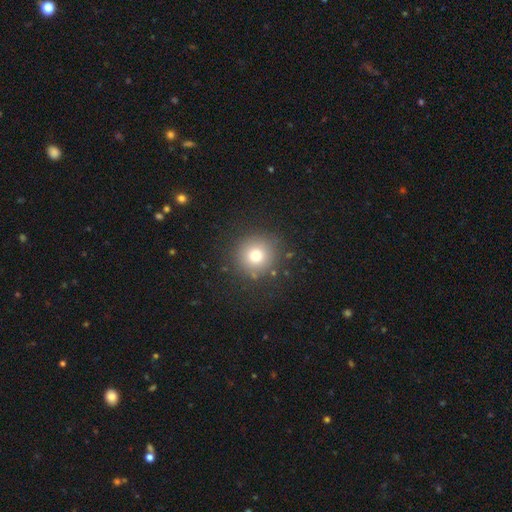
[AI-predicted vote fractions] Q: Smooth or featured?
A: smooth (74%); runner-up: star or artifact (15%)
Q: How rounded?
A: round (94%); runner-up: in between (5%)
Q: Merging?
A: none (86%); runner-up: minor disturbance (8%)